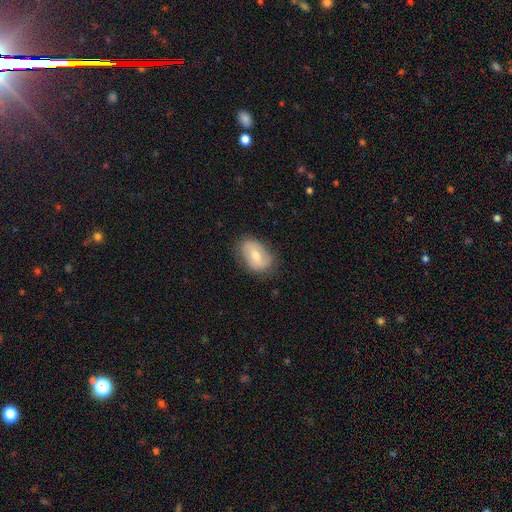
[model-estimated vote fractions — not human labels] Q: Smooth or featured?
A: smooth (56%); runner-up: featured or disk (37%)
Q: How rounded?
A: in between (86%); runner-up: round (13%)
Q: Merging?
A: none (76%); runner-up: minor disturbance (18%)